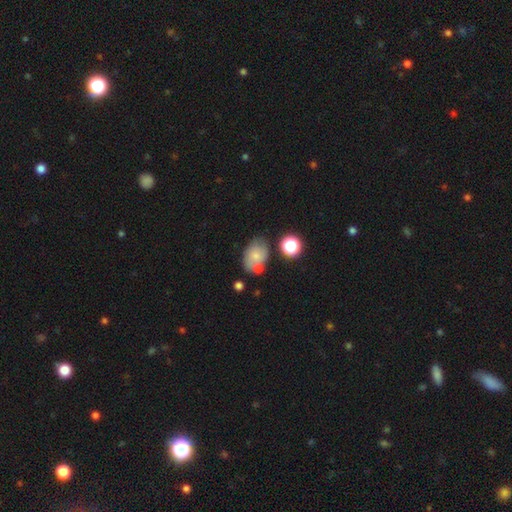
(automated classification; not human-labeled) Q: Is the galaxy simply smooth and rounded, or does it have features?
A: smooth — 66%.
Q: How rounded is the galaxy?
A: in between — 72%.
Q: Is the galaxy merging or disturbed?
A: none — 52%.